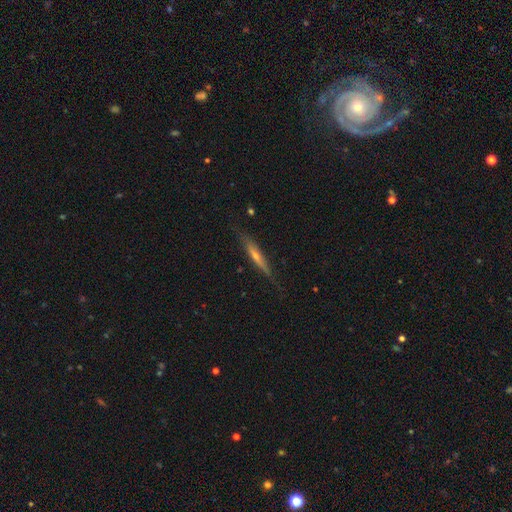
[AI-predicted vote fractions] A featured or disk galaxy (66%) viewed edge-on (95%) with a rounded central bulge (66%).

Vote fractions:
- Smooth or featured? featured or disk: 66% / smooth: 28% / star or artifact: 7%
- Edge-on disk? yes: 95% / no: 5%
- Edge-on bulge? rounded: 66% / none: 28% / boxy: 6%
- Merging? none: 81% / minor disturbance: 15% / major disturbance: 3% / merger: 1%